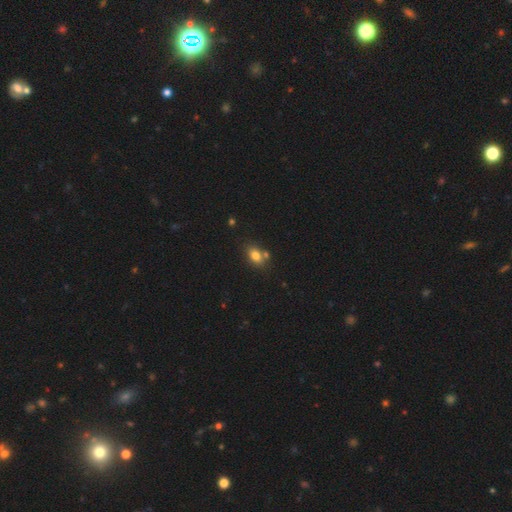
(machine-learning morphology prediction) type=smooth (80%); roundness=in between (79%); merging=none (68%).